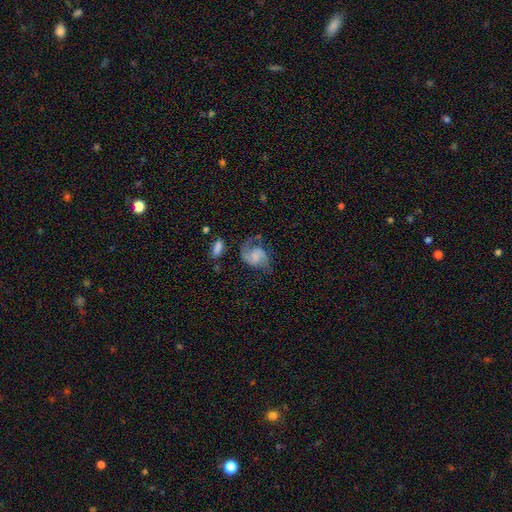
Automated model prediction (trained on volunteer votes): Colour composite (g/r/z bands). It shows a featured or disk galaxy (75%) with no bar (53%), 2 (79%) medium (49%) spiral arms (95%) and no central bulge (37%). Merging: none (55%).